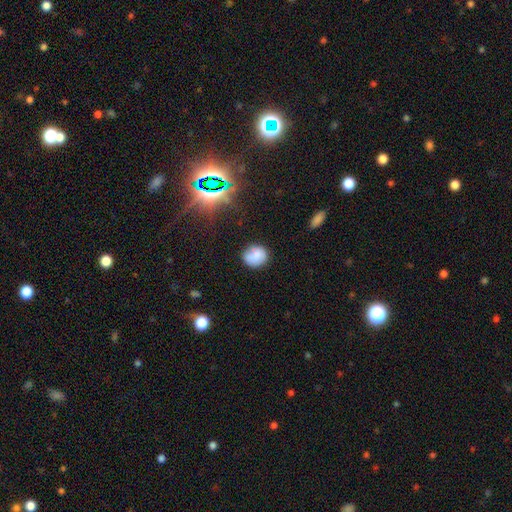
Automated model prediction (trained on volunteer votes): Smooth or featured? smooth (78%)
How rounded? round (75%)
Merging? none (73%)